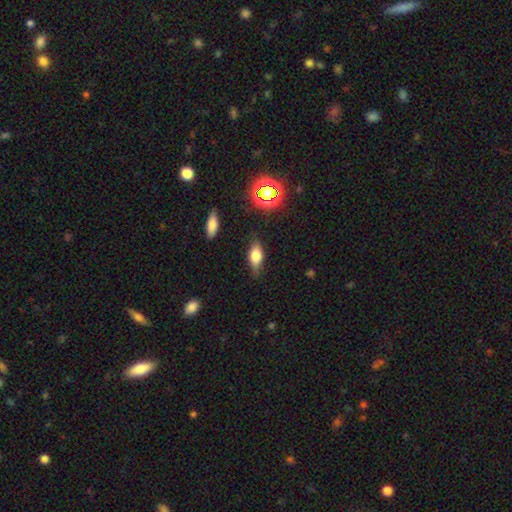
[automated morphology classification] Smooth or featured? smooth (69%)
How rounded? in between (78%)
Merging? none (76%)